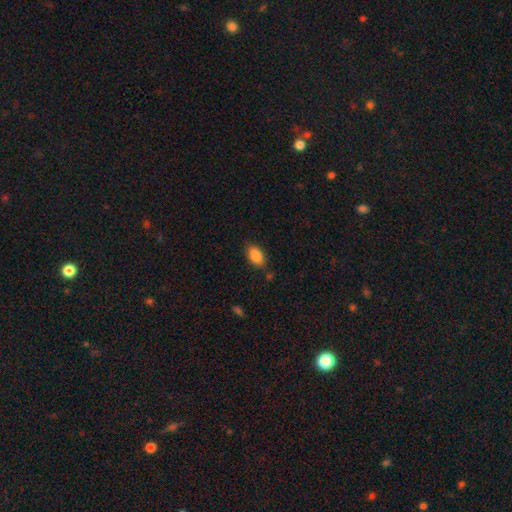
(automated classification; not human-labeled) Q: Smooth or featured?
A: smooth (88%); runner-up: star or artifact (7%)
Q: How rounded?
A: in between (92%); runner-up: round (5%)
Q: Merging?
A: none (83%); runner-up: minor disturbance (12%)